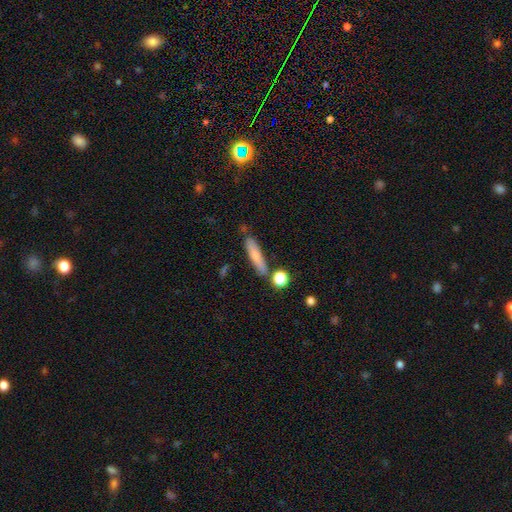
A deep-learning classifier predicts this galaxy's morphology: Smooth or featured: smooth — 69% (featured or disk — 24%)
How rounded: cigar-shaped — 78% (in between — 20%)
Merging: none — 75% (minor disturbance — 14%)